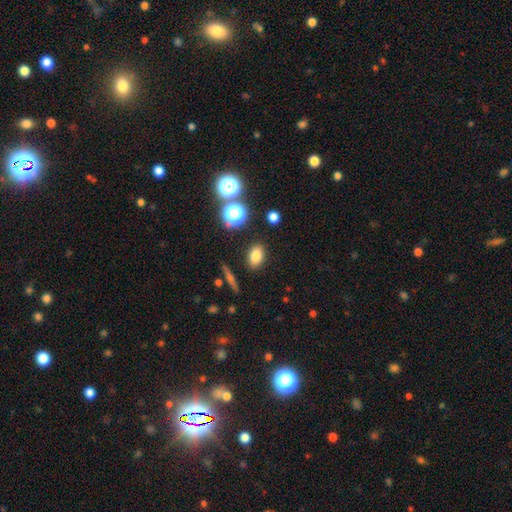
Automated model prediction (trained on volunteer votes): Q: Smooth or featured?
A: smooth (79%); runner-up: star or artifact (14%)
Q: How rounded?
A: in between (78%); runner-up: round (20%)
Q: Merging?
A: none (86%); runner-up: minor disturbance (9%)